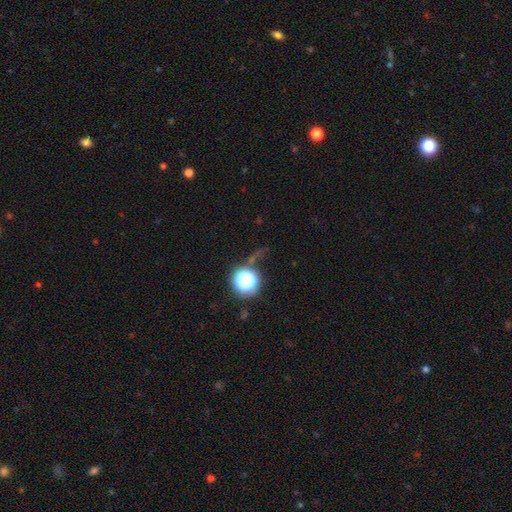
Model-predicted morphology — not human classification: smooth-or-featured: star or artifact: 67% | smooth: 22% | featured or disk: 11%